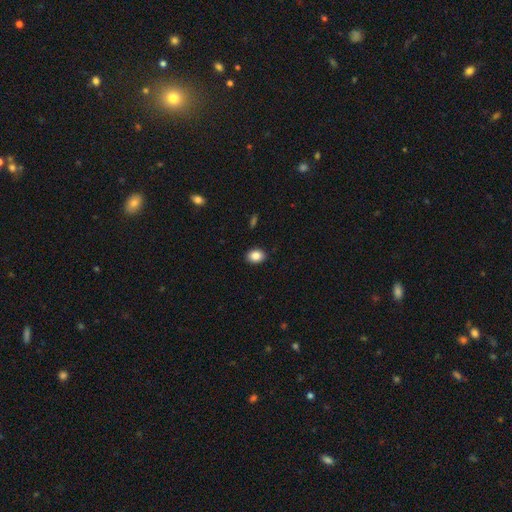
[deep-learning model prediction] smooth 86%, star or artifact 9%, featured or disk 5%. Down the decision tree: how rounded — in between (68%); merging — none (90%).